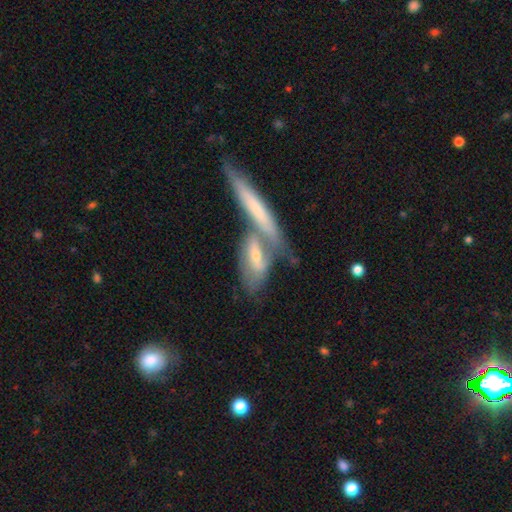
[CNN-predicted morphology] This appears to be a featured or disk galaxy (51%). Merging: merger (53%).